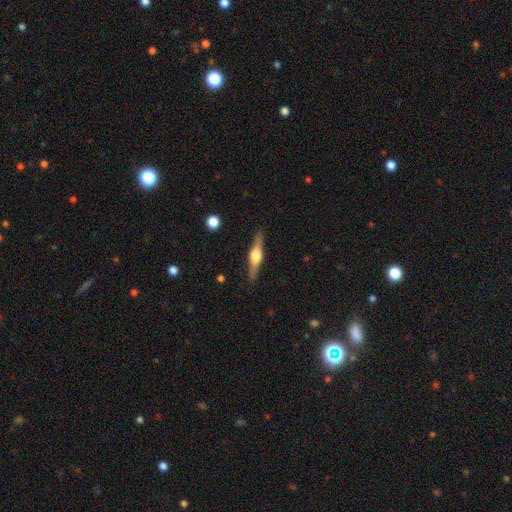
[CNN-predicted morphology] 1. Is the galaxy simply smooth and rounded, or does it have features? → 72% featured or disk, 23% smooth, 5% star or artifact.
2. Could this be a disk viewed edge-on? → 97% yes, 3% no.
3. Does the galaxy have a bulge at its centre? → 91% rounded, 7% boxy, 2% none.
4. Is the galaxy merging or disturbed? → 89% none, 8% minor disturbance, 2% major disturbance, 1% merger.